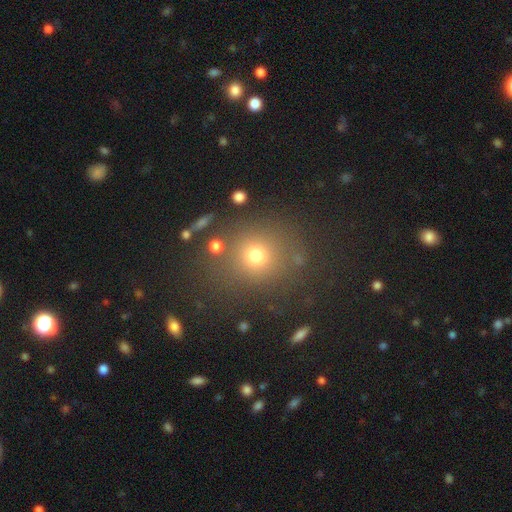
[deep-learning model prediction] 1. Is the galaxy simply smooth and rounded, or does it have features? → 71% smooth, 20% star or artifact, 9% featured or disk.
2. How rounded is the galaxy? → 83% round, 16% in between, 1% cigar-shaped.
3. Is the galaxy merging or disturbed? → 80% none, 10% minor disturbance, 5% merger, 5% major disturbance.